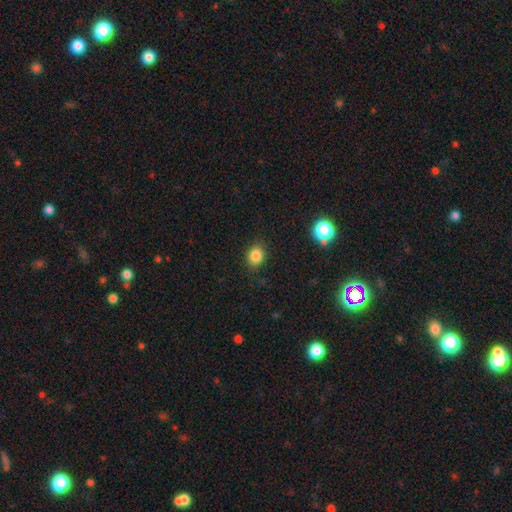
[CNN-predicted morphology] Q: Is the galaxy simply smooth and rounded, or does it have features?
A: smooth — 83%.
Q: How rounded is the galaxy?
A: round — 60%.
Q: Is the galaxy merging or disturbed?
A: none — 86%.